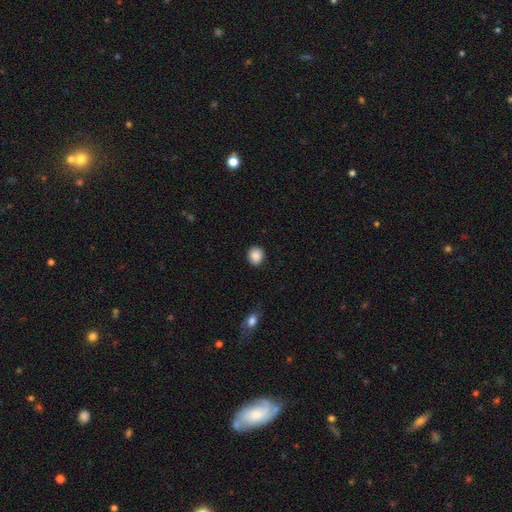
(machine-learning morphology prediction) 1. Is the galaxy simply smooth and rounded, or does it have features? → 87% smooth, 9% star or artifact, 4% featured or disk.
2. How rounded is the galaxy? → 87% round, 12% in between, 1% cigar-shaped.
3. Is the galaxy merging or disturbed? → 90% none, 7% minor disturbance, 2% major disturbance, 1% merger.